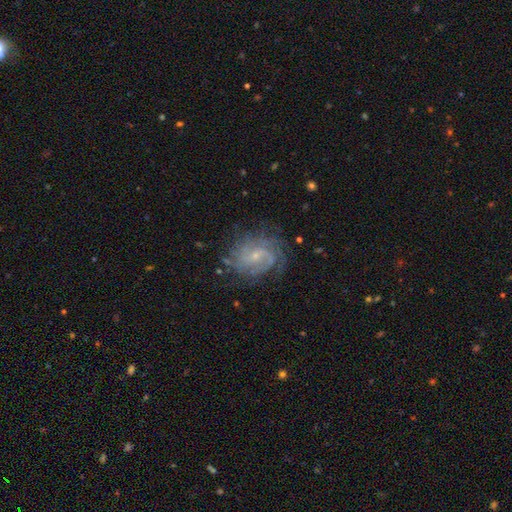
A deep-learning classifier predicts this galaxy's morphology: A featured or disk galaxy (81%) with a weak bar (46%, tied with no), tight (54%) spiral arms (93%) and a small central bulge (74%). Merging: none (71%).